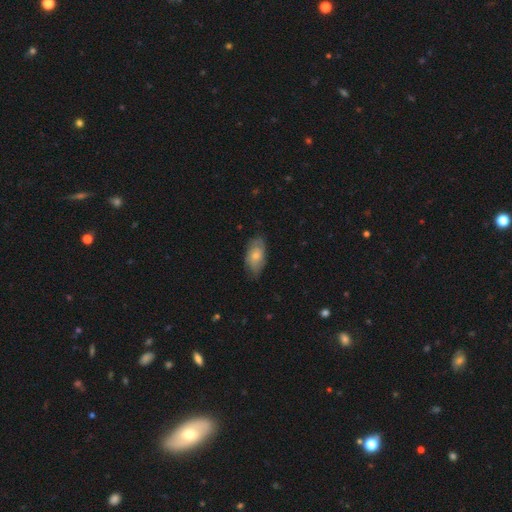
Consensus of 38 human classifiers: smooth_or_featured: smooth (p=0.61) [alt: featured or disk p=0.32]
how_rounded: in between (p=0.91) [alt: round p=0.04]
merging: none (p=0.51) [alt: minor disturbance p=0.31]